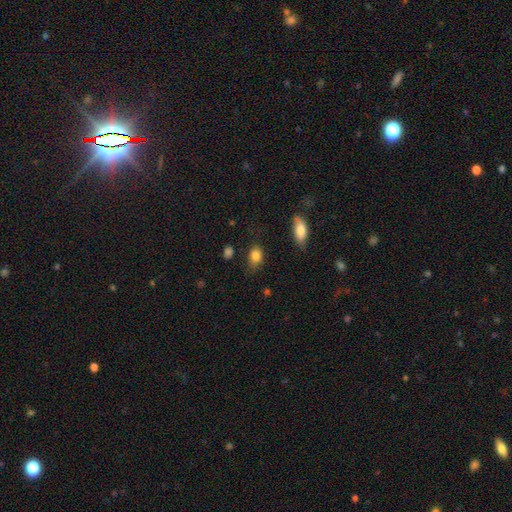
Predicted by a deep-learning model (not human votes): Morphology: type=smooth (84%); roundness=in between (73%); merging=none (64%).